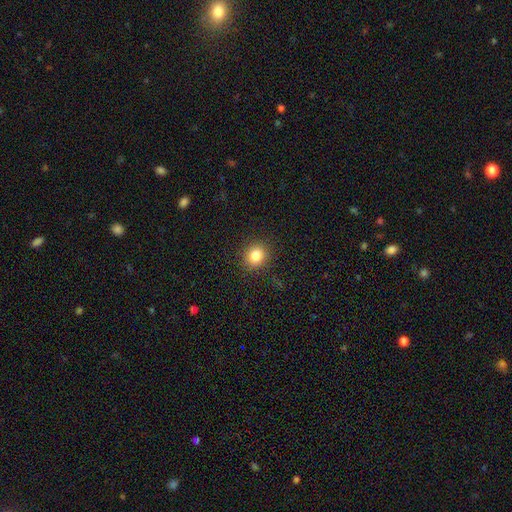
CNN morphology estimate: Smooth or featured: smooth — 82% (star or artifact — 12%)
How rounded: round — 84% (in between — 15%)
Merging: none — 90% (minor disturbance — 7%)